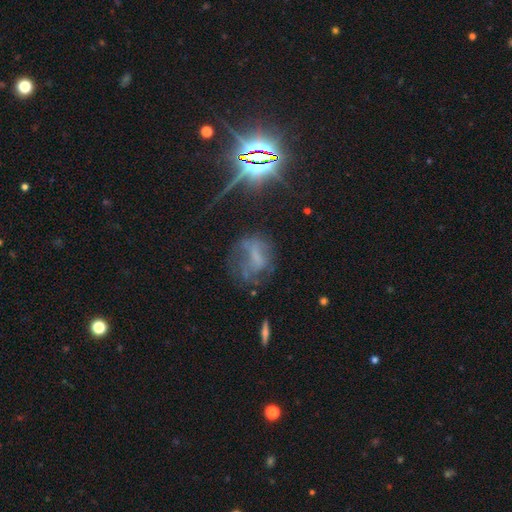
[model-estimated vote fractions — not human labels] Smooth or featured? Predicted: featured or disk (p=0.43). Merging? Predicted: none (p=0.43).